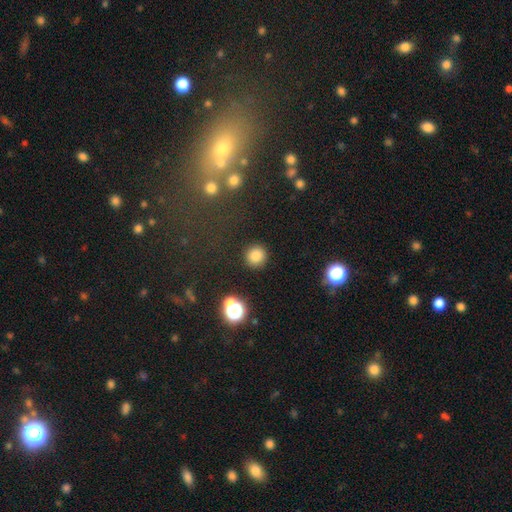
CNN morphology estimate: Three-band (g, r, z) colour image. It shows a smooth galaxy with no disk features (81%) that is round (92%). Merging: none (89%).